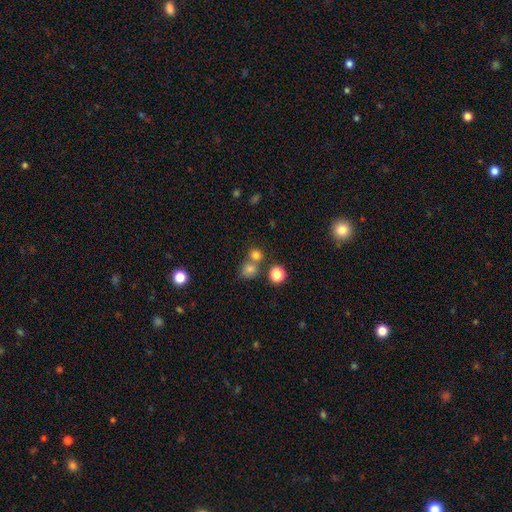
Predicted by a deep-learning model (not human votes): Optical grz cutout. It shows a smooth galaxy with no disk features (75%) that is round (82%). Merging: none (55%).